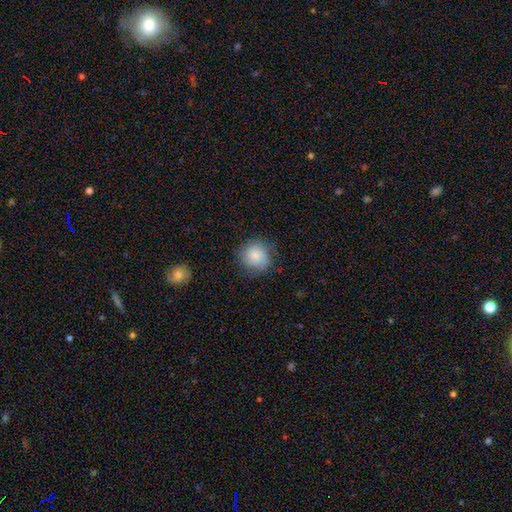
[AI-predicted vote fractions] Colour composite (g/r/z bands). It shows a smooth galaxy with no disk features (75%) that is round (89%). Merging: none (75%).